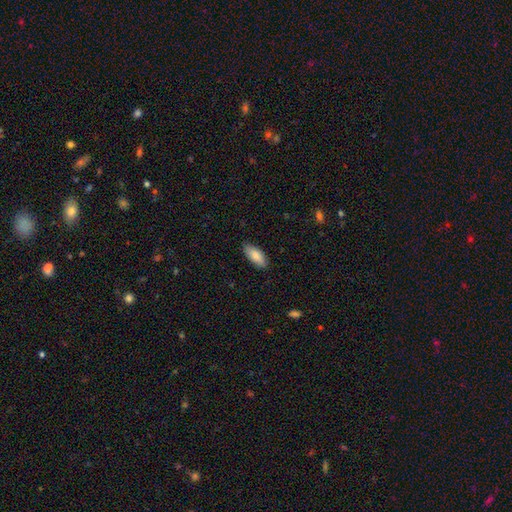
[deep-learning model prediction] A smooth galaxy with no disk features (85%) that is in between round and cigar-shaped (81%).

Vote fractions:
- Smooth or featured? smooth: 85% / featured or disk: 9% / star or artifact: 6%
- How rounded? in between: 81% / cigar-shaped: 17% / round: 2%
- Merging? none: 85% / minor disturbance: 12% / major disturbance: 2% / merger: 1%